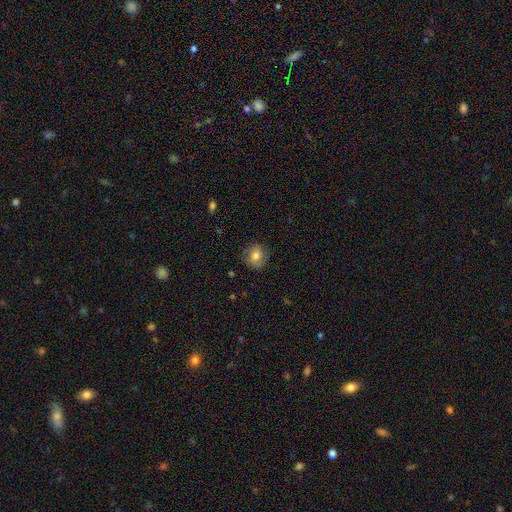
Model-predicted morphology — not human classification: smooth_or_featured: smooth (p=0.74) [alt: featured or disk p=0.16]
how_rounded: round (p=0.79) [alt: in between p=0.20]
merging: none (p=0.79) [alt: minor disturbance p=0.15]